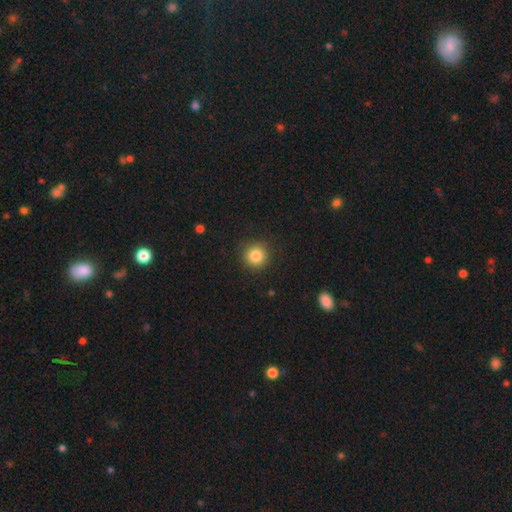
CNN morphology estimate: A smooth galaxy with no disk features (84%) that is round (94%). Merging: none (90%).